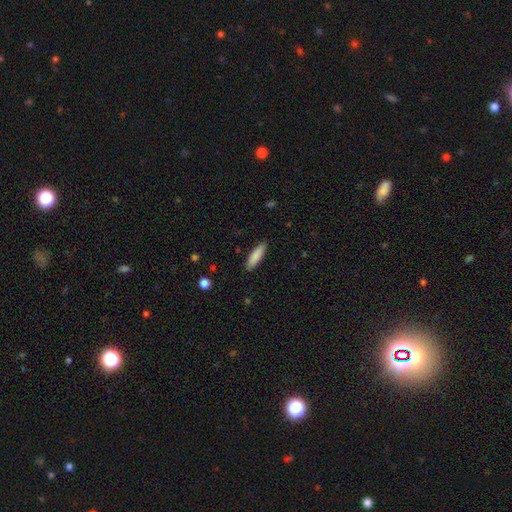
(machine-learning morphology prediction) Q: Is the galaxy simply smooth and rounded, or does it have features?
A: smooth — 87%.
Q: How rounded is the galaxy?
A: cigar-shaped — 63%.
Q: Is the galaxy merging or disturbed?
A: none — 87%.